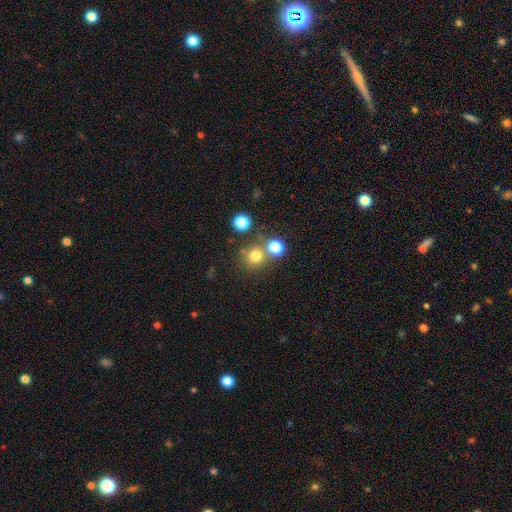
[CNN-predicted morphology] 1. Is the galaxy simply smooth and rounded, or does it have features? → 75% smooth, 17% star or artifact, 8% featured or disk.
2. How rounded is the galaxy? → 90% round, 10% in between, 1% cigar-shaped.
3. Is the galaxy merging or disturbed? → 67% none, 21% merger, 8% minor disturbance, 4% major disturbance.